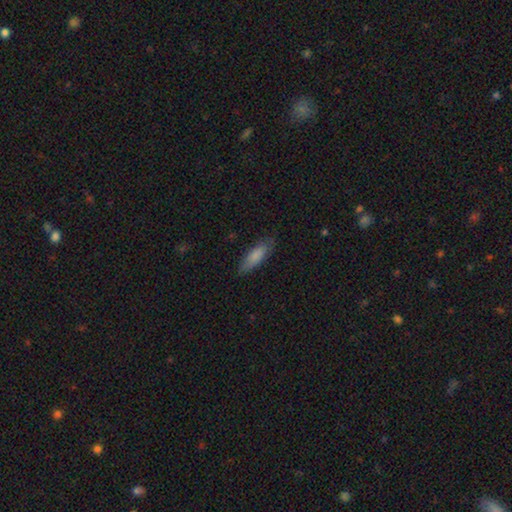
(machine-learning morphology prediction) This is clearly a smooth galaxy (82%). How rounded: possibly in between (54%). Merging: likely none (80%).